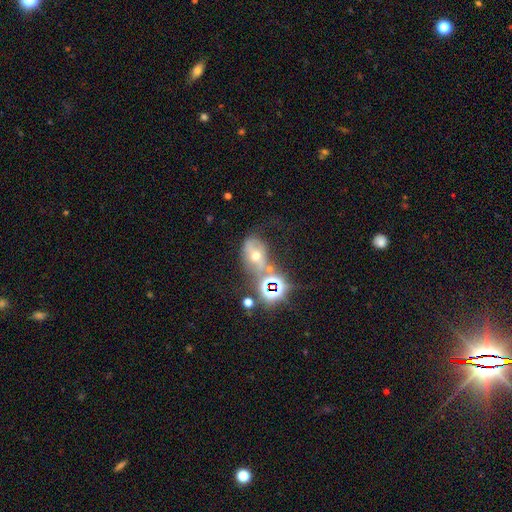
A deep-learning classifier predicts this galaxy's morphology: This appears to be a featured or disk galaxy (35%). Merging: none (39%).